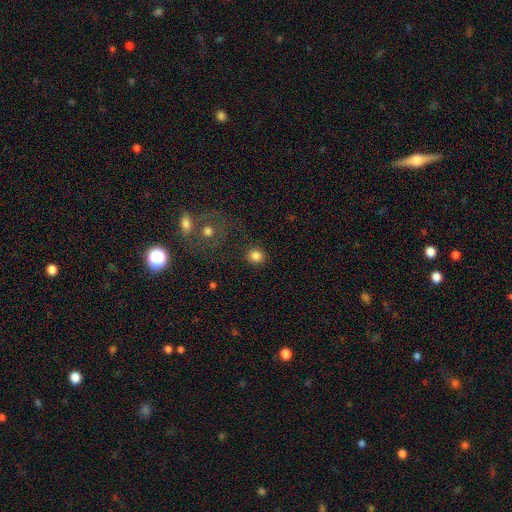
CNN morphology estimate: This is clearly a smooth galaxy (83%). How rounded: clearly round (91%). Merging: clearly none (88%).